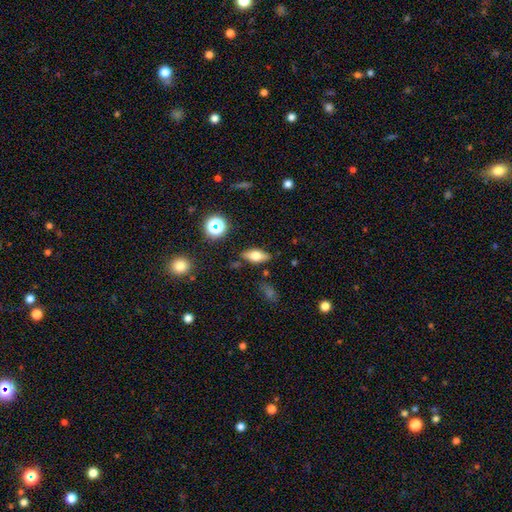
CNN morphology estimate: Q: Smooth or featured?
A: smooth (60%); runner-up: featured or disk (29%)
Q: How rounded?
A: in between (76%); runner-up: cigar-shaped (17%)
Q: Merging?
A: none (82%); runner-up: minor disturbance (12%)